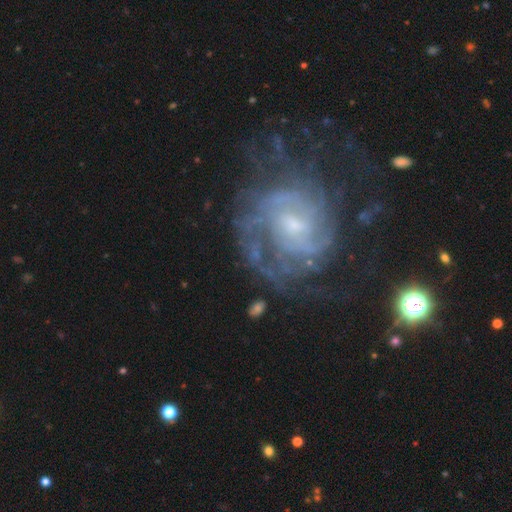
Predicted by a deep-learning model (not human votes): The model was most divided on "bar": no: 53%, weak: 38%, strong: 9%. Remaining: edge-on disk — no (97%); spiral arms — yes (90%); smooth or featured — featured or disk (80%); bulge size — small (63%); merging — none (62%); spiral winding — tight (59%); spiral arm count — can't tell (43%).